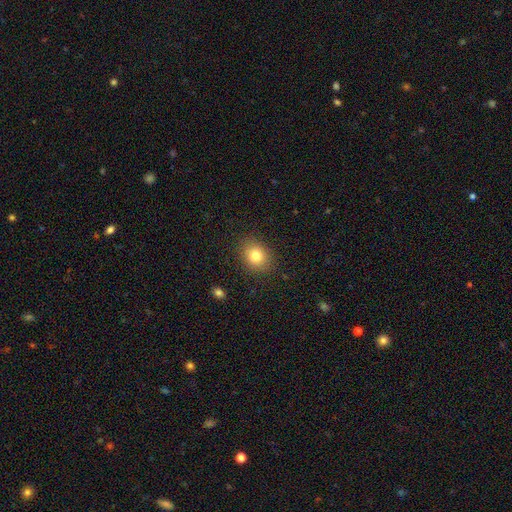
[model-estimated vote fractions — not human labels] The model was most divided on "how rounded": in between: 53%, round: 46%, cigar-shaped: 1%. More confident: merging — none (87%); smooth or featured — smooth (81%).